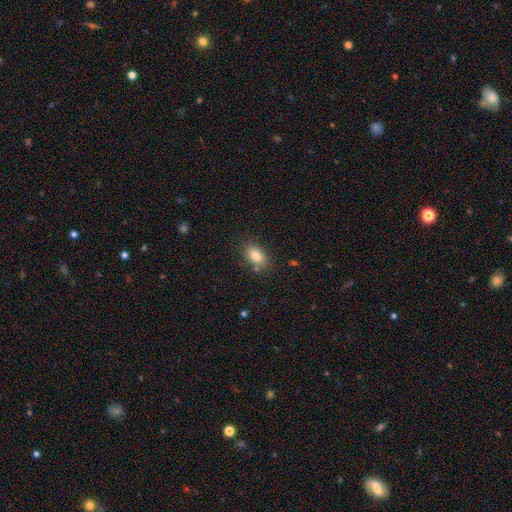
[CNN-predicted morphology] smooth_or_featured: smooth (p=0.83) [alt: star or artifact p=0.09]
how_rounded: in between (p=0.86) [alt: round p=0.11]
merging: none (p=0.78) [alt: minor disturbance p=0.14]